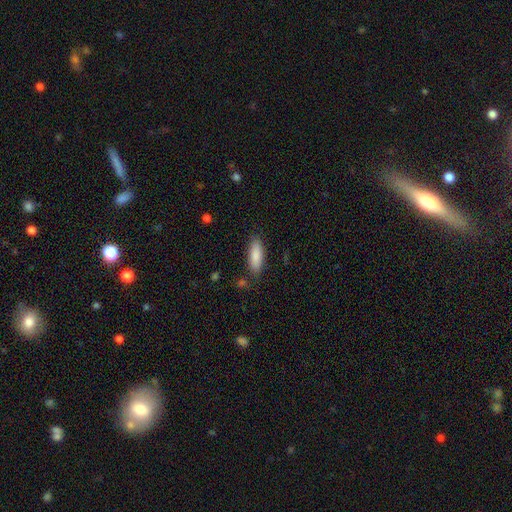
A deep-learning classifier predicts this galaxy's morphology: smooth-or-featured: smooth: 86% | featured or disk: 8% | star or artifact: 6%
  how-rounded: in between: 62% | cigar-shaped: 36% | round: 2%
  merging: none: 84% | minor disturbance: 12% | major disturbance: 3% | merger: 2%